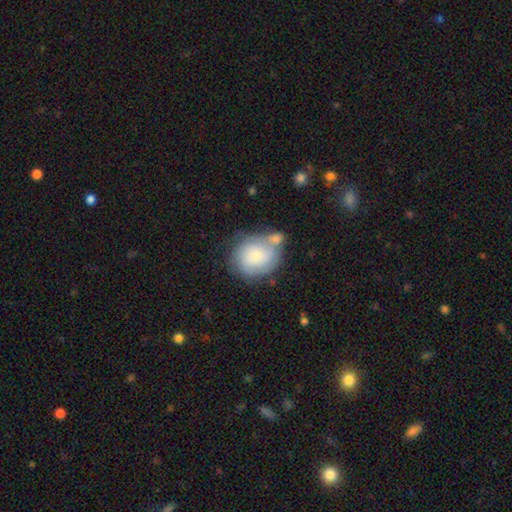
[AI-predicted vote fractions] A smooth galaxy with no disk features (64%) that is round (67%). Merging: none (46%).